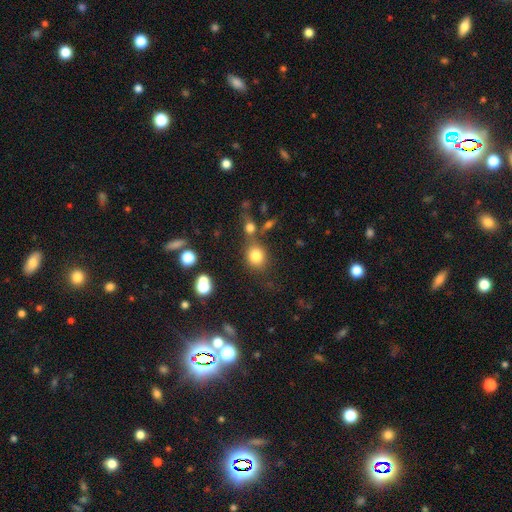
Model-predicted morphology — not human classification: Smooth or featured?
  - smooth: 80% *
  - star or artifact: 12%
  - featured or disk: 8%
How rounded?
  - round: 75% *
  - in between: 24%
  - cigar-shaped: 1%
Merging?
  - none: 64% *
  - merger: 18%
  - minor disturbance: 12%
  - major disturbance: 6%